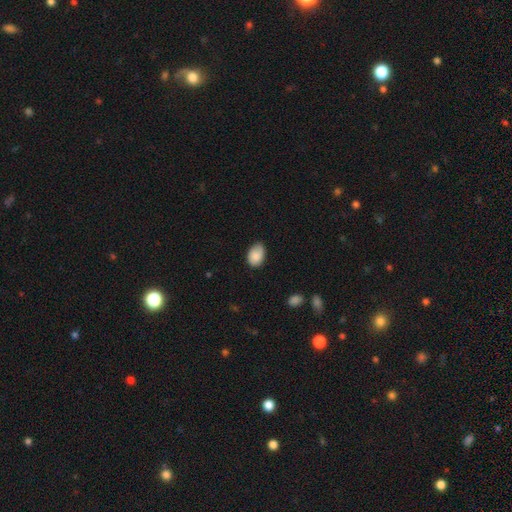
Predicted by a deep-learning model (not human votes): The model was most divided on "merging": none: 70%, minor disturbance: 25%, major disturbance: 4%, merger: 1%. More confident: smooth or featured — smooth (86%); how rounded — in between (85%).